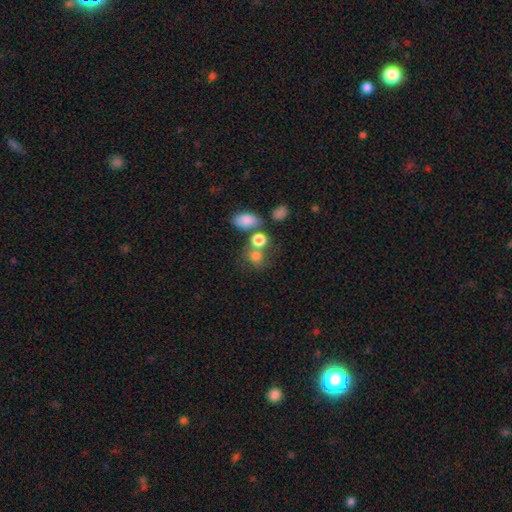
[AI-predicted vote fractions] smooth_or_featured: smooth (p=0.77) [alt: star or artifact p=0.13]
how_rounded: round (p=0.69) [alt: in between p=0.29]
merging: none (p=0.48) [alt: merger p=0.34]